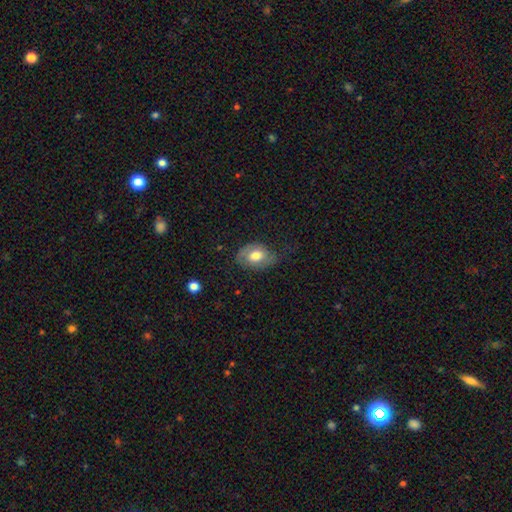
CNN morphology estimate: smooth_or_featured: smooth (p=0.54) [alt: featured or disk p=0.39]
how_rounded: in between (p=0.74) [alt: round p=0.25]
merging: none (p=0.47) [alt: minor disturbance p=0.30]